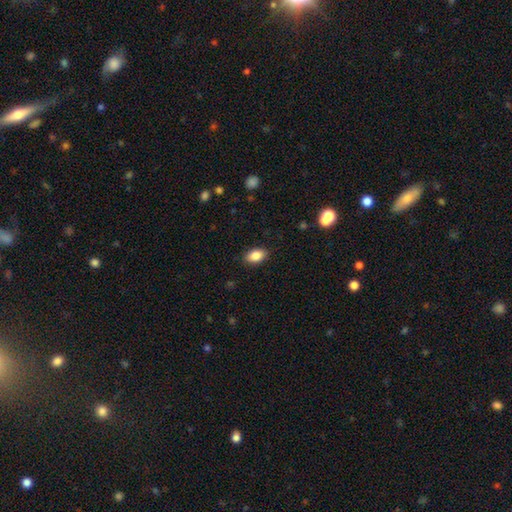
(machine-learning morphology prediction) Smooth or featured? Predicted: smooth (p=0.86). How rounded? Predicted: in between (p=0.90). Merging? Predicted: none (p=0.87).